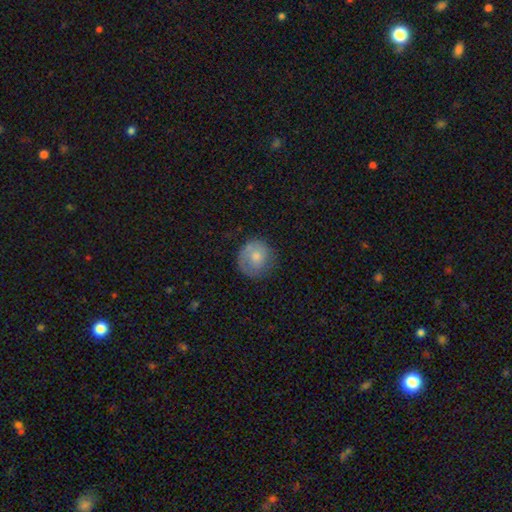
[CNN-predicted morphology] Overall: smooth (71%). How rounded: round (87%). Merging: none (68%).